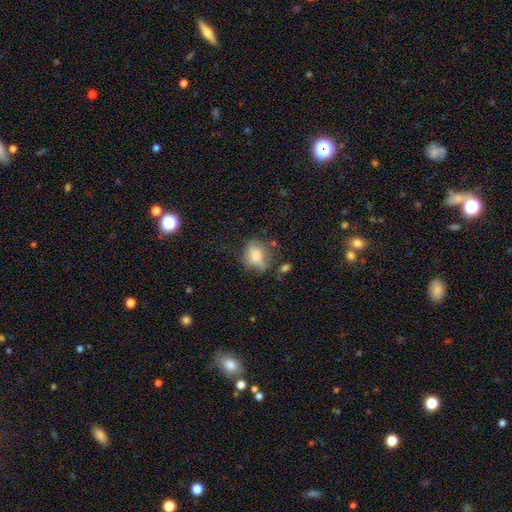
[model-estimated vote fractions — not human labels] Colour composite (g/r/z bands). It shows a smooth galaxy with no disk features (75%) that is in between round and cigar-shaped (57%). Merging: none (52%).